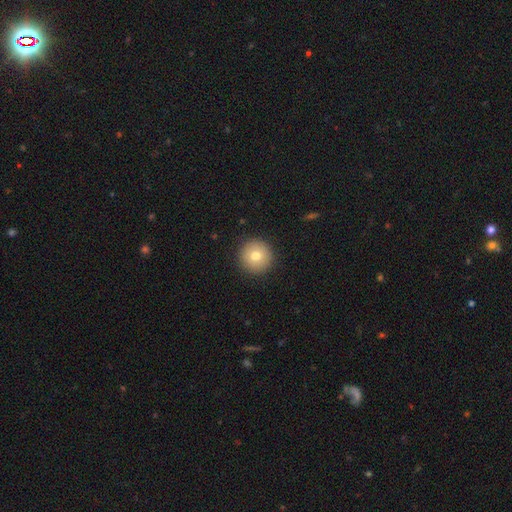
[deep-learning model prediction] Morphology: type=smooth (76%); roundness=round (96%); merging=none (92%).